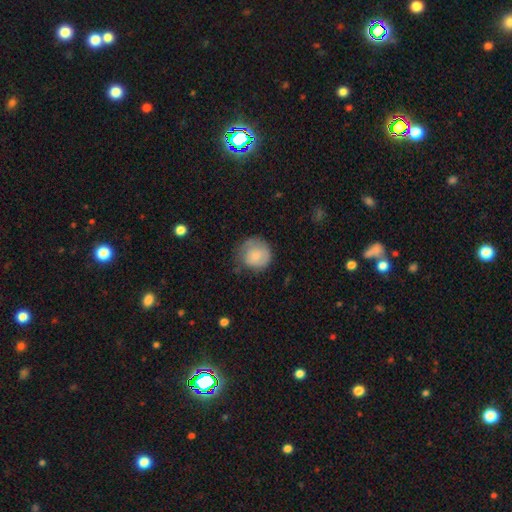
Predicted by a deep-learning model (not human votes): smooth-or-featured: smooth: 76% | featured or disk: 18% | star or artifact: 7%
  how-rounded: round: 89% | in between: 10% | cigar-shaped: 1%
  merging: none: 54% | minor disturbance: 31% | major disturbance: 13% | merger: 2%